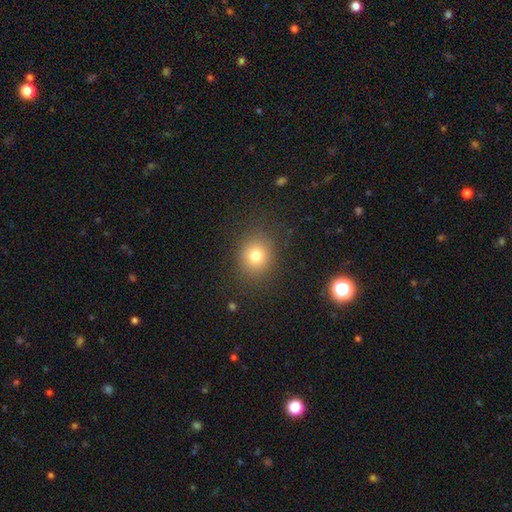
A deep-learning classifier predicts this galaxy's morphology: This is likely a smooth galaxy (77%). How rounded: likely round (75%). Merging: clearly none (85%).